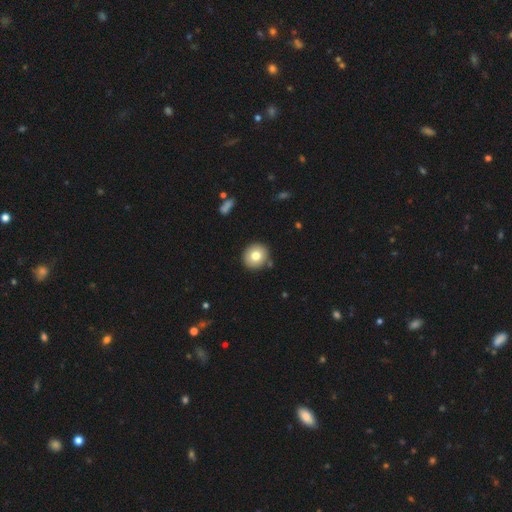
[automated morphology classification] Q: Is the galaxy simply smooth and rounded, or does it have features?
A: smooth — 76%.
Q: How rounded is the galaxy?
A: round — 89%.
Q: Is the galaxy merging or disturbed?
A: none — 88%.